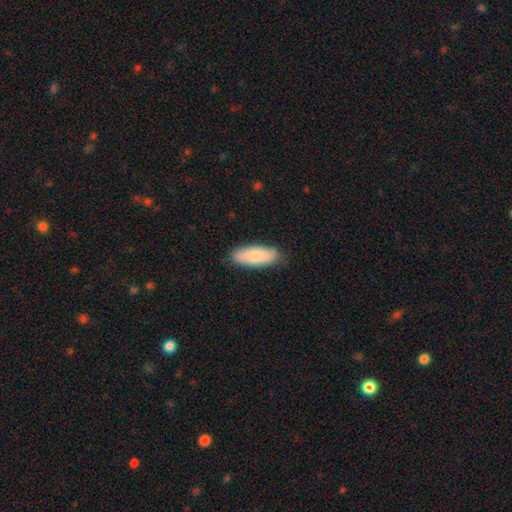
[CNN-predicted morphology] Smooth or featured: smooth — 80% (featured or disk — 14%)
How rounded: in between — 76% (cigar-shaped — 22%)
Merging: none — 83% (minor disturbance — 13%)